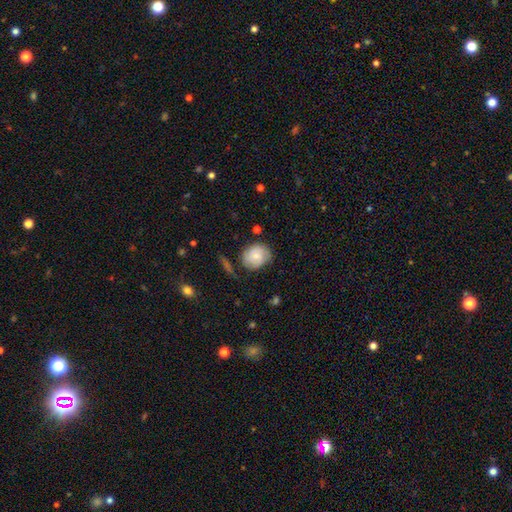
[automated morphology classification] A smooth galaxy with no disk features (70%) that is round (66%). Merging: none (66%).